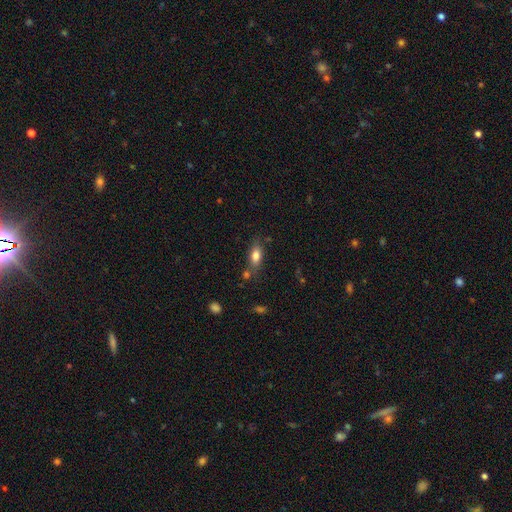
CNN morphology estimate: smooth_or_featured: smooth (p=0.80) [alt: featured or disk p=0.11]
how_rounded: in between (p=0.82) [alt: cigar-shaped p=0.12]
merging: none (p=0.67) [alt: minor disturbance p=0.17]